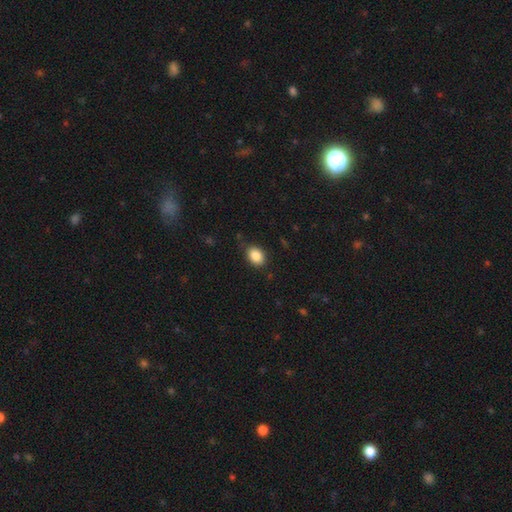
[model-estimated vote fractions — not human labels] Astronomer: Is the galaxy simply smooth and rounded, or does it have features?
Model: smooth — 87%.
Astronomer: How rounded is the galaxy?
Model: in between — 73%.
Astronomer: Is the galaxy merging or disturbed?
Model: none — 80%.